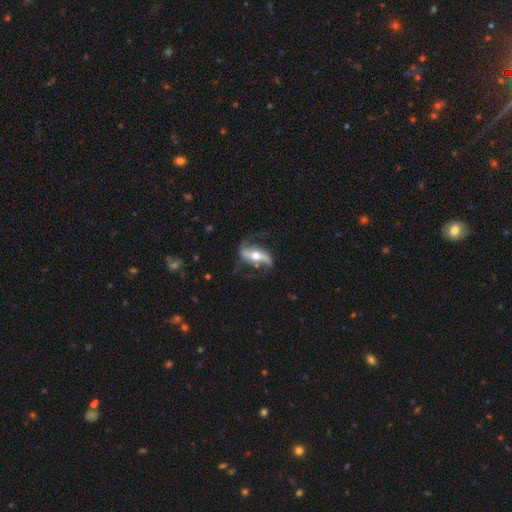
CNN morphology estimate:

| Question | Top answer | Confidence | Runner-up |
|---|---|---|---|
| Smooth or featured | featured or disk | 85% | smooth (10%) |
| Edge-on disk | no | 83% | yes (17%) |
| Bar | strong | 56% | no (22%) |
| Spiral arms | yes | 92% | no (8%) |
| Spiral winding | loose | 68% | medium (24%) |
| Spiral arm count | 2 | 91% | 1 (4%) |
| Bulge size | moderate | 72% | small (17%) |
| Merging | none | 69% | minor disturbance (17%) |